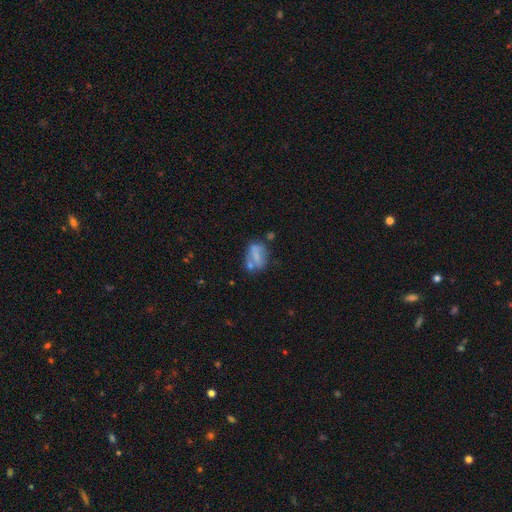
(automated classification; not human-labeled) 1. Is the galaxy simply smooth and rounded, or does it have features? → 59% smooth, 31% featured or disk, 10% star or artifact.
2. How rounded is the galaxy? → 77% in between, 18% round, 5% cigar-shaped.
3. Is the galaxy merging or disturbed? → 44% none, 26% merger, 20% minor disturbance, 10% major disturbance.